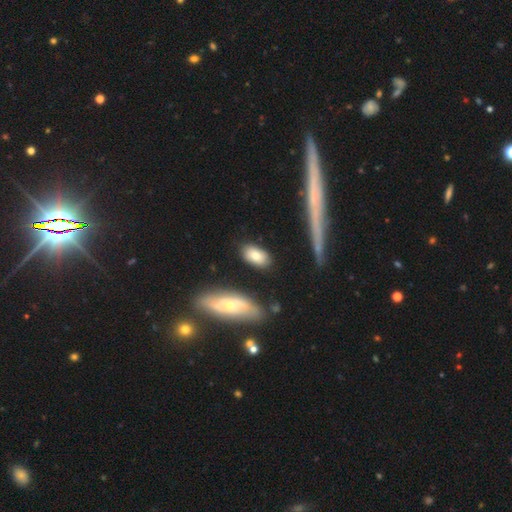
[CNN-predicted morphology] Smooth or featured: smooth — 78% (featured or disk — 15%)
How rounded: in between — 90% (round — 6%)
Merging: none — 81% (minor disturbance — 12%)